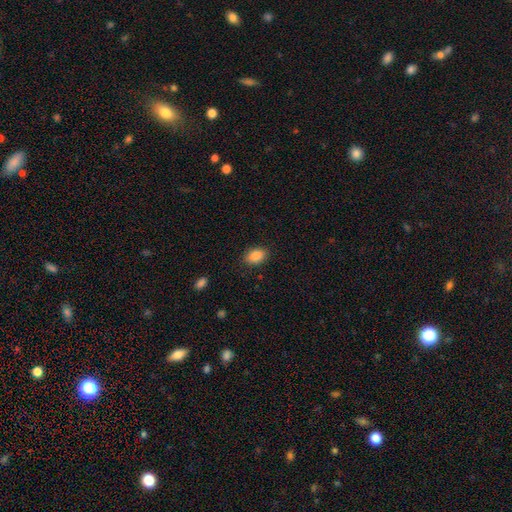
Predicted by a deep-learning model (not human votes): Morphology: type=smooth (87%); roundness=in between (86%); merging=none (87%).